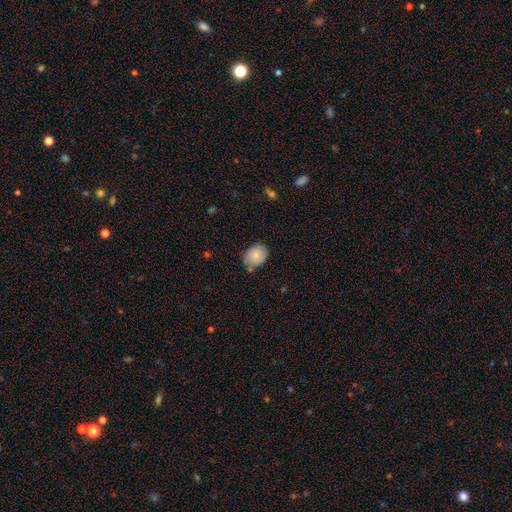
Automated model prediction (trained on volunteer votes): This appears to be a smooth galaxy with no disk features (81%) that is in between round and cigar-shaped (69%). Merging: none (70%).